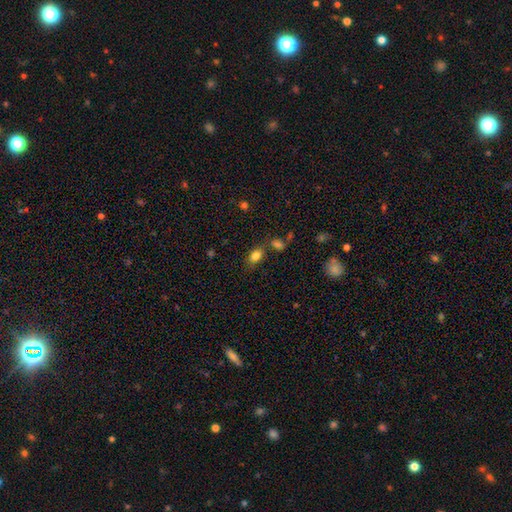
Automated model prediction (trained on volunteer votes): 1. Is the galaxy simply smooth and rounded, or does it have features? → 82% smooth, 11% star or artifact, 8% featured or disk.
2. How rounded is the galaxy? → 79% in between, 19% round, 2% cigar-shaped.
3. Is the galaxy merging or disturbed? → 70% none, 15% minor disturbance, 10% merger, 5% major disturbance.